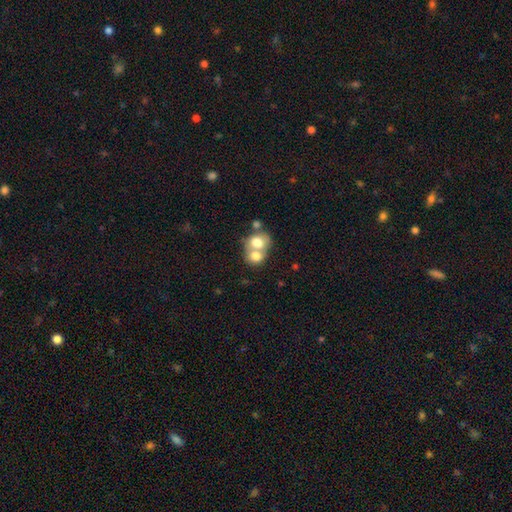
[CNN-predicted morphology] This is likely a smooth galaxy (71%). How rounded: possibly round (58%). Merging: likely merger (70%).